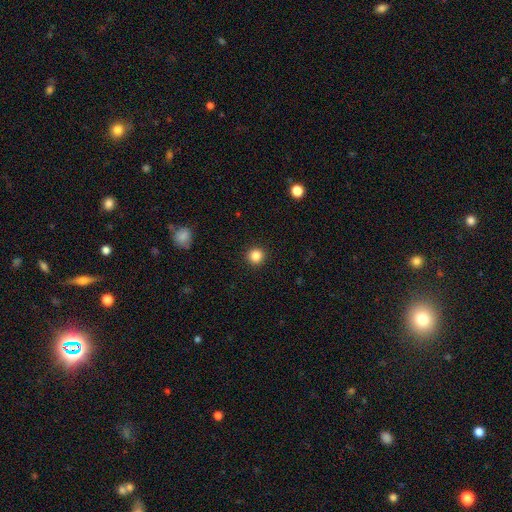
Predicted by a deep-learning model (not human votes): A smooth galaxy with no disk features (85%) that is round (95%).

Vote fractions:
- Smooth or featured? smooth: 85% / star or artifact: 11% / featured or disk: 4%
- How rounded? round: 95% / in between: 5% / cigar-shaped: 1%
- Merging? none: 93% / minor disturbance: 4% / major disturbance: 2% / merger: 1%